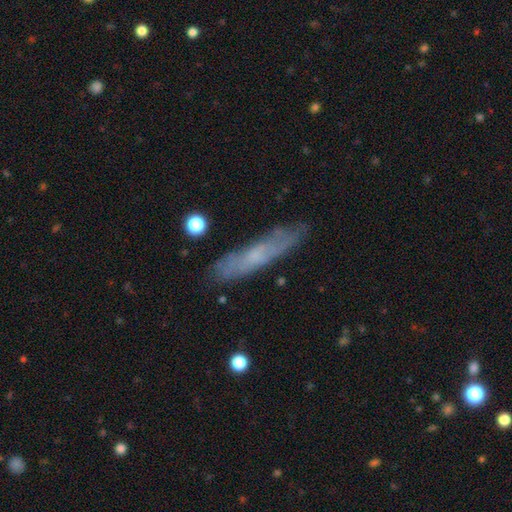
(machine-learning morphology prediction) smooth 47%, featured or disk 44%, star or artifact 8%. Down the decision tree: merging — none (79%).